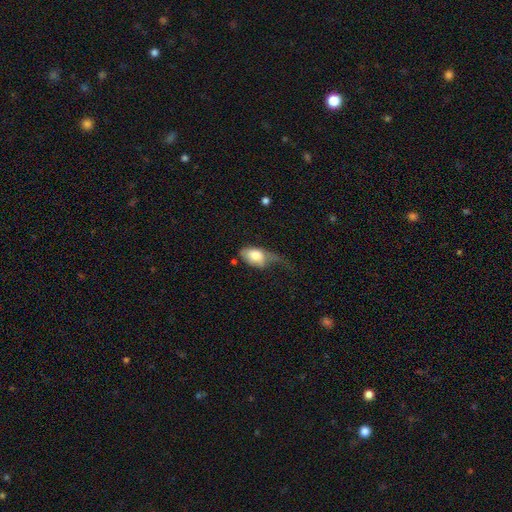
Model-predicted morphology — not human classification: This appears to be a smooth galaxy with no disk features (72%) that is in between round and cigar-shaped (87%). Merging: major disturbance (49%).